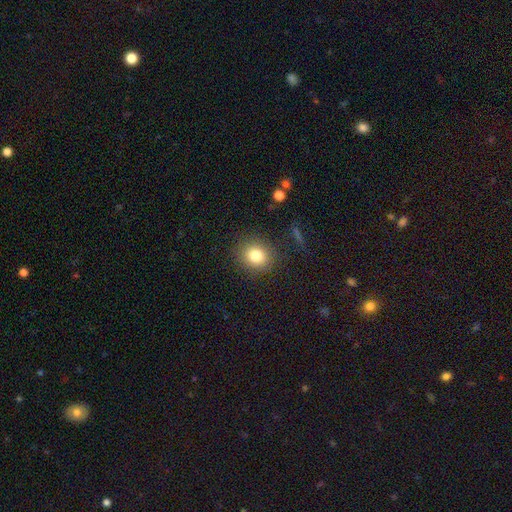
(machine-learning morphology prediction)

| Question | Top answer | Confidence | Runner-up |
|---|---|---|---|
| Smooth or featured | smooth | 82% | star or artifact (11%) |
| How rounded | round | 75% | in between (24%) |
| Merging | none | 87% | minor disturbance (8%) |